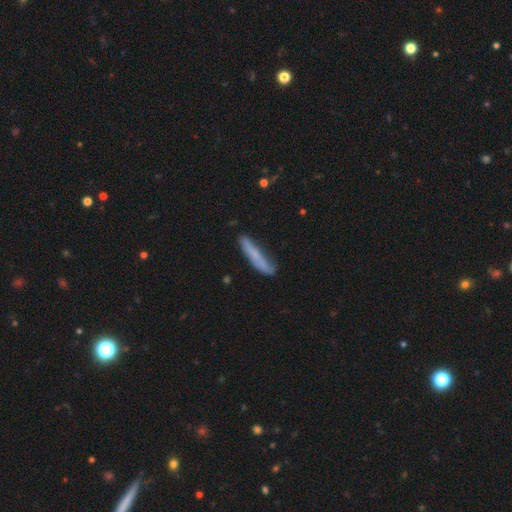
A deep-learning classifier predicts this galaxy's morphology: Overall: smooth (68%). How rounded: cigar-shaped (92%). Merging: none (71%).